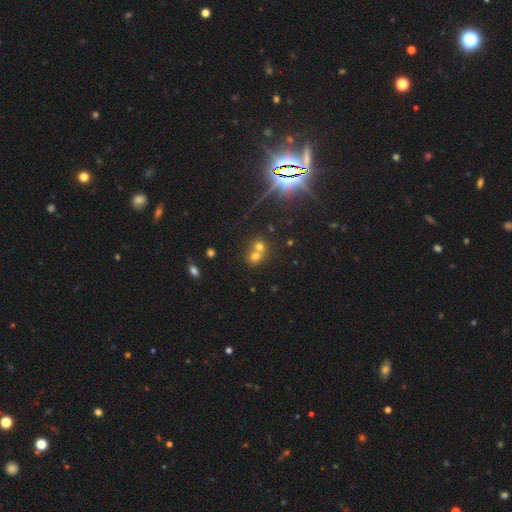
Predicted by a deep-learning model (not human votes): A smooth galaxy with no disk features (63%) that is round (75%).

Vote fractions:
- Smooth or featured? smooth: 63% / star or artifact: 20% / featured or disk: 17%
- How rounded? round: 75% / in between: 24% / cigar-shaped: 1%
- Merging? merger: 61% / none: 31% / minor disturbance: 5% / major disturbance: 3%